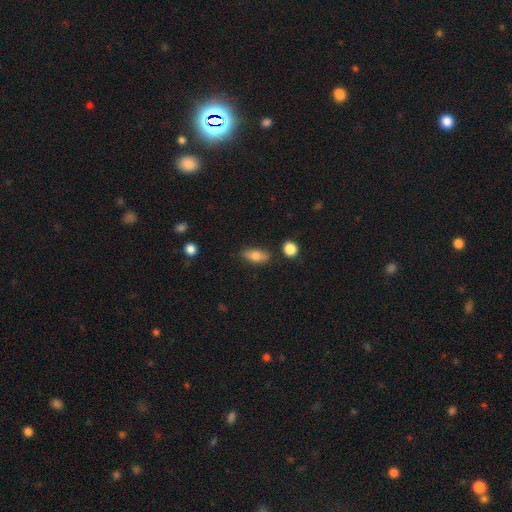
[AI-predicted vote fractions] Smooth or featured? Predicted: smooth (p=0.79). How rounded? Predicted: in between (p=0.84). Merging? Predicted: none (p=0.78).